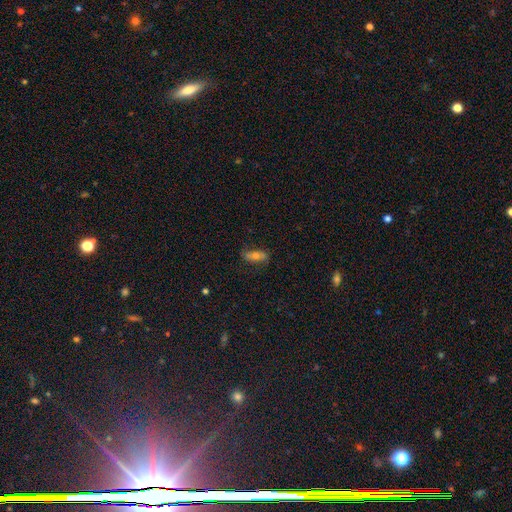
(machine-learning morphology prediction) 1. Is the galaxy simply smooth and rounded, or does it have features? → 53% smooth, 37% featured or disk, 10% star or artifact.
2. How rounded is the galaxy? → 71% in between, 24% cigar-shaped, 5% round.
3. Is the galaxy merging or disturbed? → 77% none, 17% minor disturbance, 5% major disturbance, 2% merger.